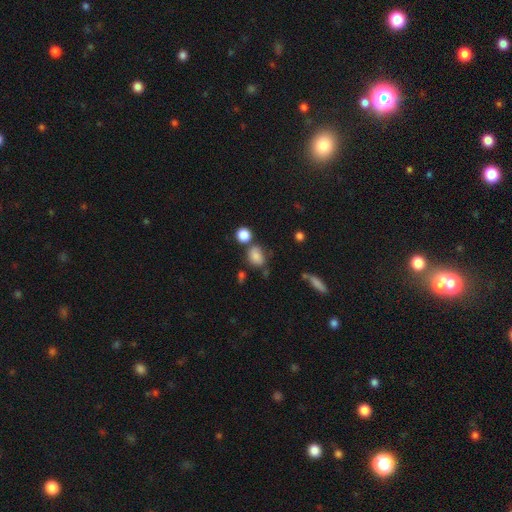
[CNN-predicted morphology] This is likely a smooth galaxy (80%). How rounded: possibly in between (59%). Merging: possibly none (58%).